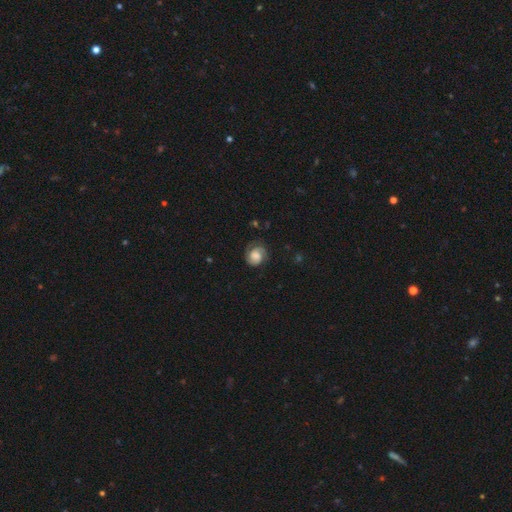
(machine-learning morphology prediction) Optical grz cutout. It shows a featured or disk galaxy (66%) with no bar (61%), 2 (72%) tight (52%) spiral arms (94%) and a large central bulge (33%). Merging: none (71%).